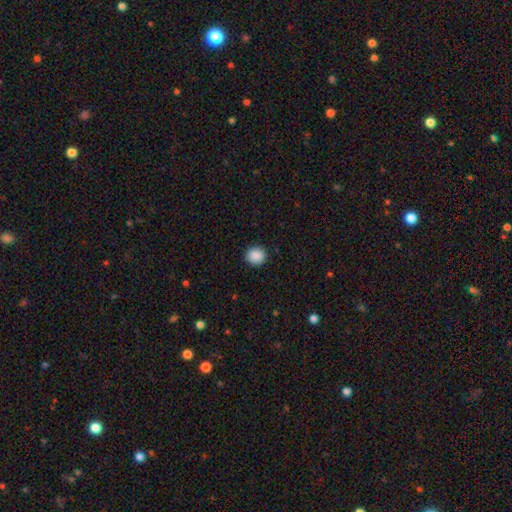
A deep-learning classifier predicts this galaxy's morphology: type=smooth (89%); roundness=round (88%); merging=none (91%).